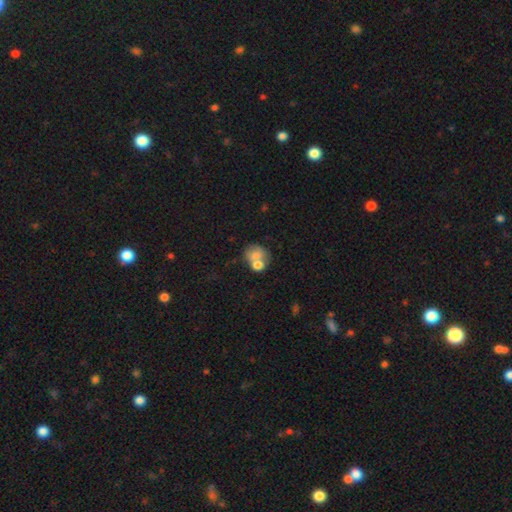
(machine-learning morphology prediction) This appears to be a smooth galaxy with no disk features (69%) that is round (60%). Merging: merger (54%).